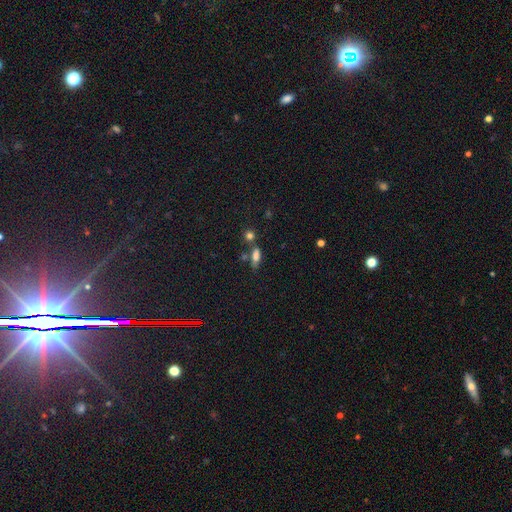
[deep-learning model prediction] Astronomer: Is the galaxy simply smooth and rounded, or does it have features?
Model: smooth — 73%.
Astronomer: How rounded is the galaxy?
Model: in between — 66%.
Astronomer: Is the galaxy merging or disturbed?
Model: none — 53%.